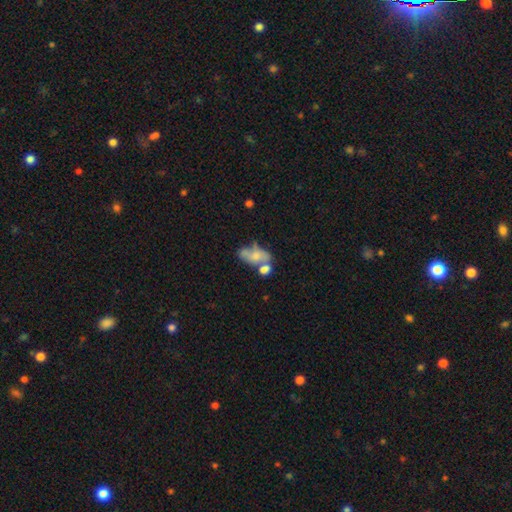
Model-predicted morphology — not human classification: Smooth or featured? Predicted: smooth (p=0.54). How rounded? Predicted: in between (p=0.86). Merging? Predicted: merger (p=0.41).